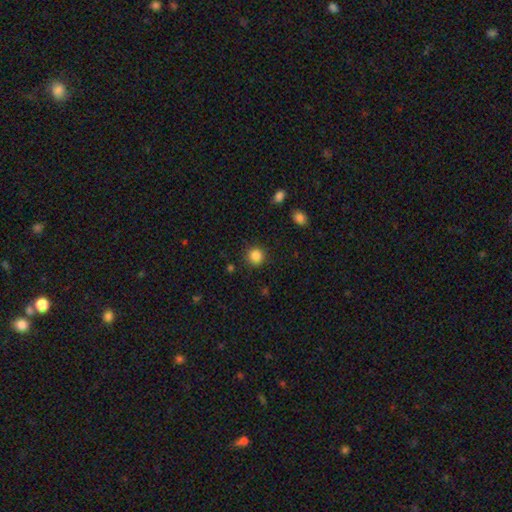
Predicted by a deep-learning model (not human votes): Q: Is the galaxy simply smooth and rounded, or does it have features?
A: smooth — 86%.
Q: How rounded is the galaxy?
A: round — 92%.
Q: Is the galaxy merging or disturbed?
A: none — 89%.